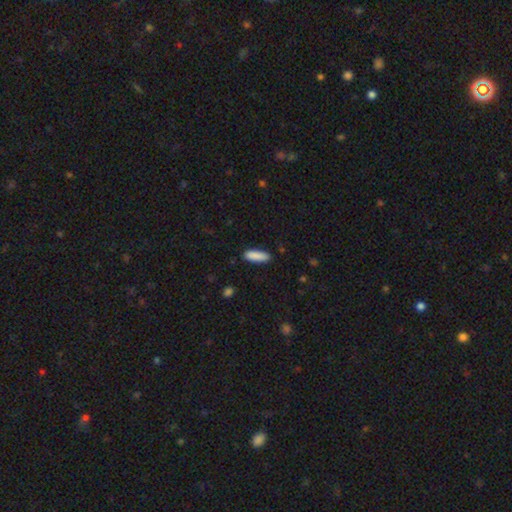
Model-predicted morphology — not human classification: This appears to be a smooth galaxy with no disk features (89%) that is cigar-shaped (54%). Merging: none (87%).